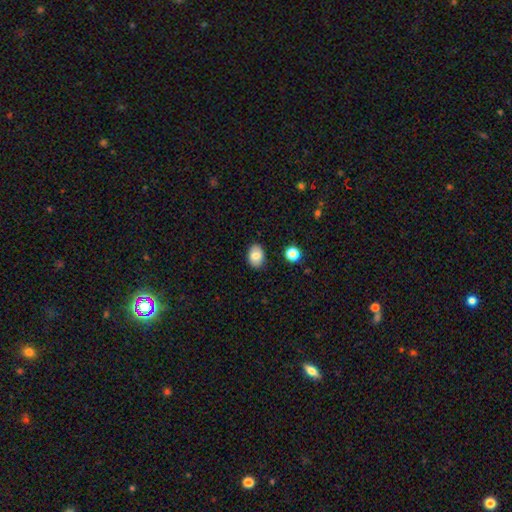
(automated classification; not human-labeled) This appears to be a smooth galaxy with no disk features (80%) that is in between round and cigar-shaped (78%). Merging: none (86%).